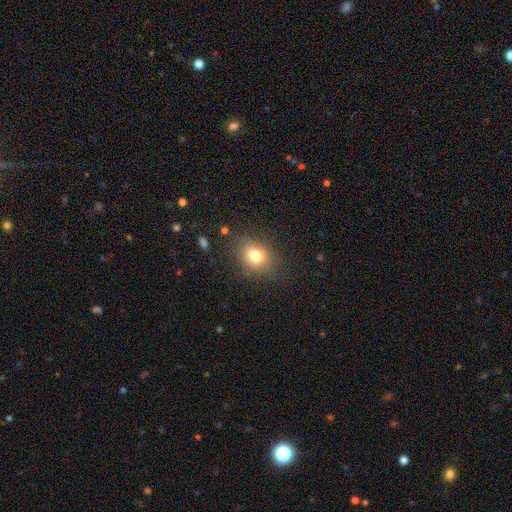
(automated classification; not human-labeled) Smooth or featured? smooth (76%)
How rounded? round (52%)
Merging? none (76%)